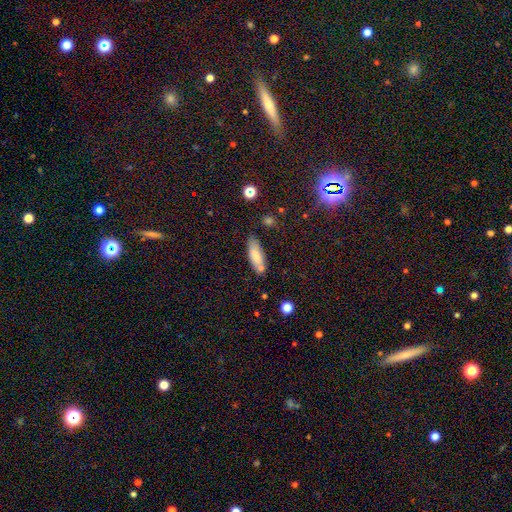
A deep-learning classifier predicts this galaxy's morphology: Smooth or featured? smooth (78%)
How rounded? in between (62%)
Merging? none (68%)